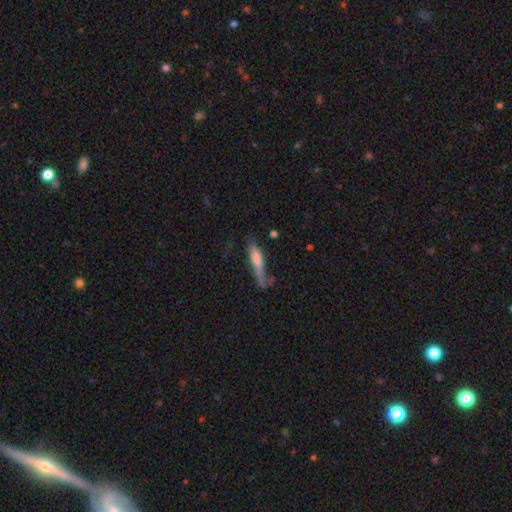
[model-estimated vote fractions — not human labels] Smooth or featured: smooth — 59% (featured or disk — 32%)
How rounded: cigar-shaped — 84% (in between — 14%)
Merging: none — 45% (minor disturbance — 27%)